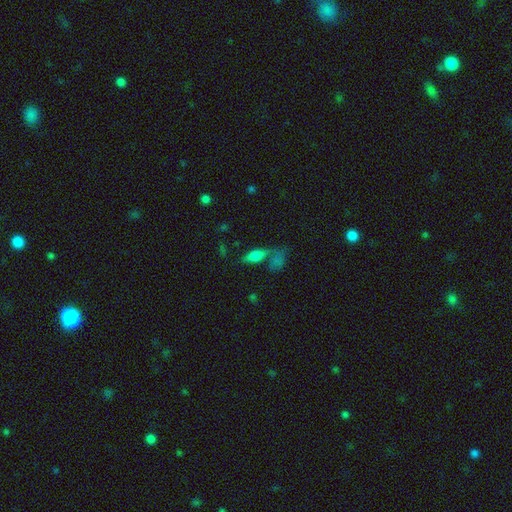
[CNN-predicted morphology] The model was most divided on "merging": none: 50%, merger: 28%, minor disturbance: 14%, major disturbance: 8%. More confident: how rounded — in between (72%); smooth or featured — smooth (68%).